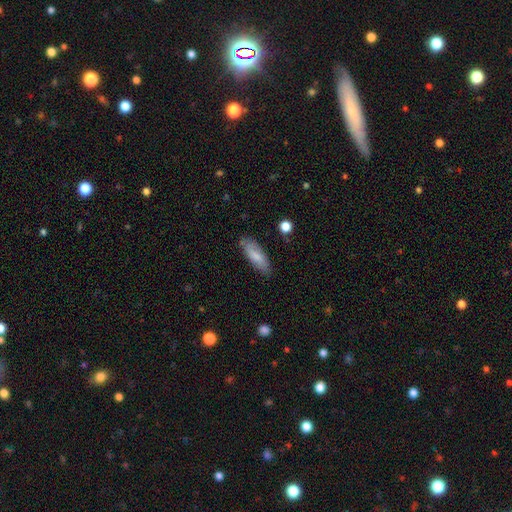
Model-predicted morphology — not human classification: A smooth galaxy with no disk features (77%) that is in between round and cigar-shaped (58%).

Vote fractions:
- Smooth or featured? smooth: 77% / featured or disk: 17% / star or artifact: 6%
- How rounded? in between: 58% / cigar-shaped: 41% / round: 2%
- Merging? none: 78% / minor disturbance: 17% / major disturbance: 3% / merger: 2%